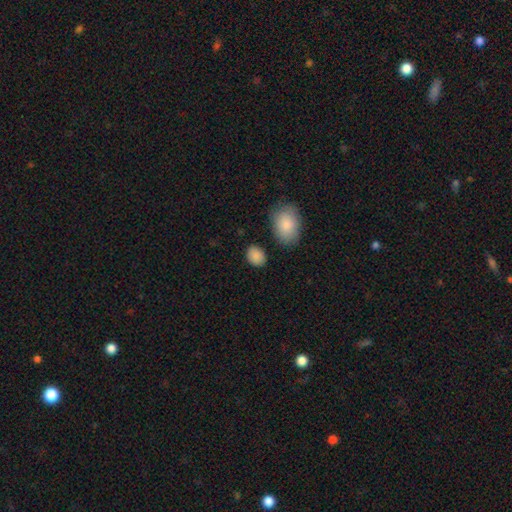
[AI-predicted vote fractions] Smooth or featured: smooth — 88% (star or artifact — 8%)
How rounded: in between — 70% (round — 29%)
Merging: none — 83% (minor disturbance — 11%)